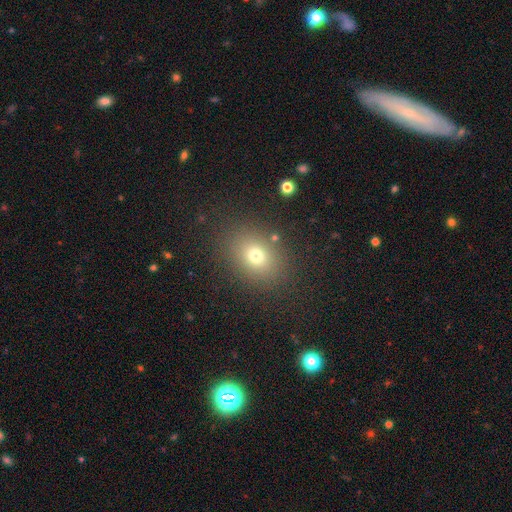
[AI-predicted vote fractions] smooth 72%, star or artifact 16%, featured or disk 12%. Down the decision tree: how rounded — in between (54%); merging — none (84%).